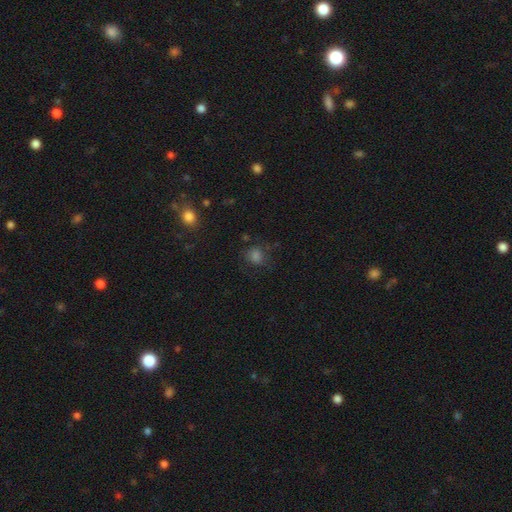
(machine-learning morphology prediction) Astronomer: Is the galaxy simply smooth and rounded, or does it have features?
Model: smooth — 68%.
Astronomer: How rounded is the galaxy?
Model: round — 69%.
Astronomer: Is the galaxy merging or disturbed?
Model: none — 68%.